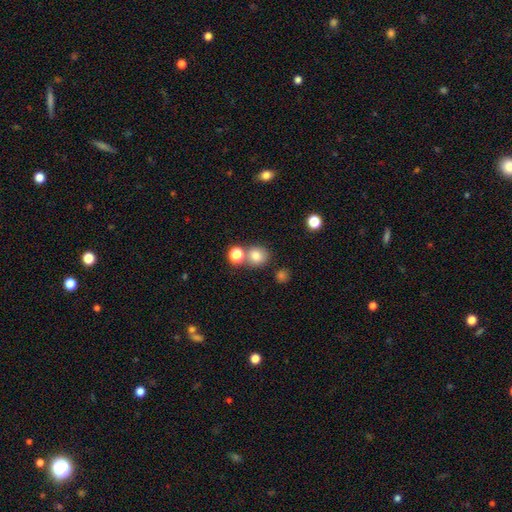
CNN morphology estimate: Smooth or featured: smooth — 79% (star or artifact — 14%)
How rounded: round — 82% (in between — 17%)
Merging: none — 67% (merger — 21%)